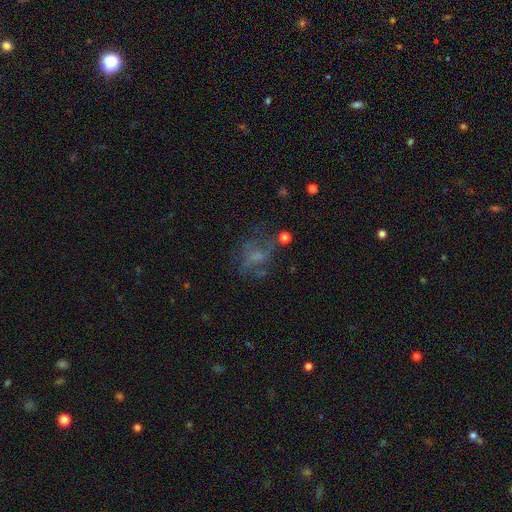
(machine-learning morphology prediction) Smooth or featured? Predicted: featured or disk (p=0.48). Merging? Predicted: none (p=0.45).